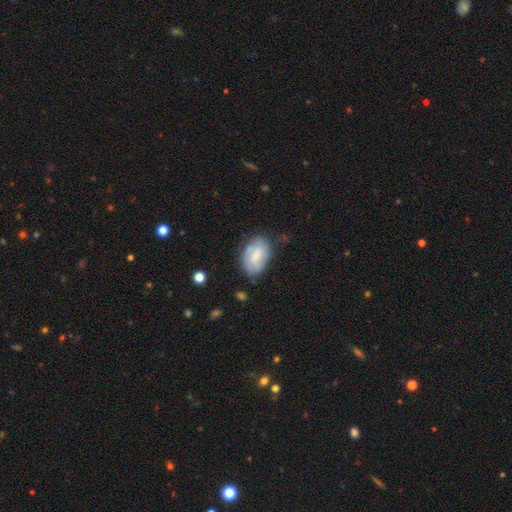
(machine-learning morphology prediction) Smooth or featured? Predicted: smooth (p=0.55). How rounded? Predicted: in between (p=0.90). Merging? Predicted: none (p=0.66).